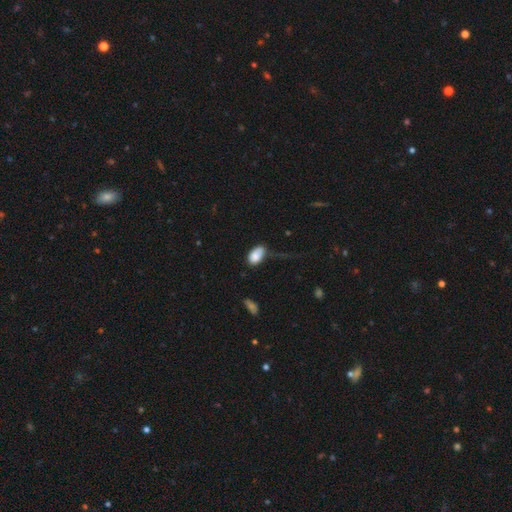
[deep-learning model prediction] smooth_or_featured: smooth (p=0.83) [alt: featured or disk p=0.09]
how_rounded: in between (p=0.92) [alt: round p=0.06]
merging: none (p=0.42) [alt: minor disturbance p=0.34]